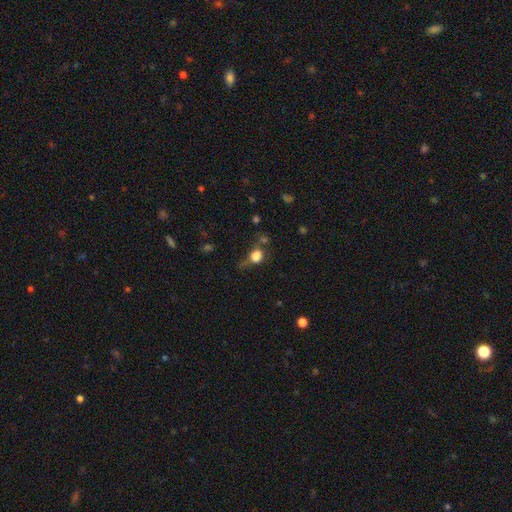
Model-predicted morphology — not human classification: A smooth galaxy with no disk features (76%) that is round (53%). Merging: none (37%).